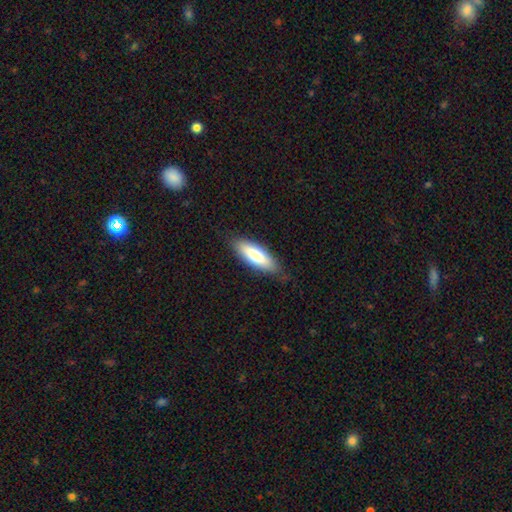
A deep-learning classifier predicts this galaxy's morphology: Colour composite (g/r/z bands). It shows a smooth galaxy with no disk features (73%) that is in between round and cigar-shaped (59%). Merging: none (81%).